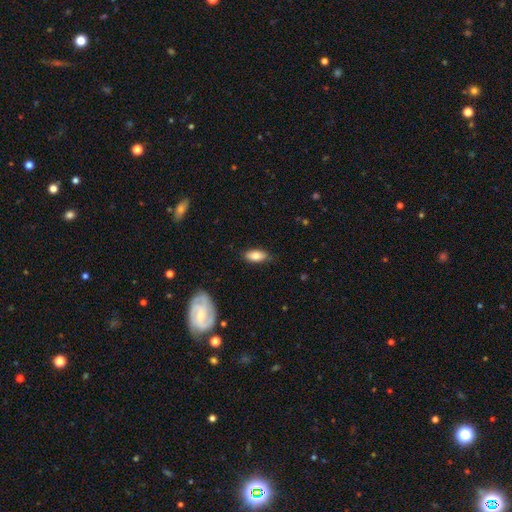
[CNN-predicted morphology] A smooth galaxy with no disk features (78%) that is in between round and cigar-shaped (88%). Merging: none (80%).